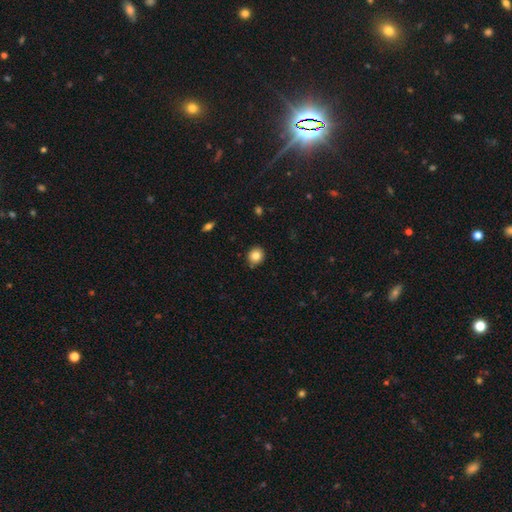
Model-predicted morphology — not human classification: type=smooth (83%); roundness=round (81%); merging=none (87%).